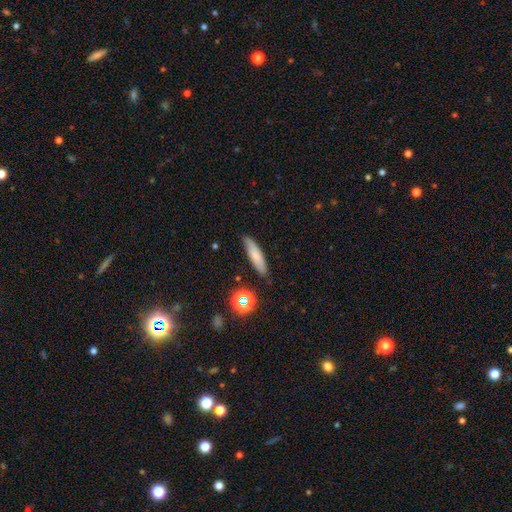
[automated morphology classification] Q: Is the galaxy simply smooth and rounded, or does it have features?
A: smooth — 72%.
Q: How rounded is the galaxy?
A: cigar-shaped — 71%.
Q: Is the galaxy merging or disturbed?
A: none — 80%.